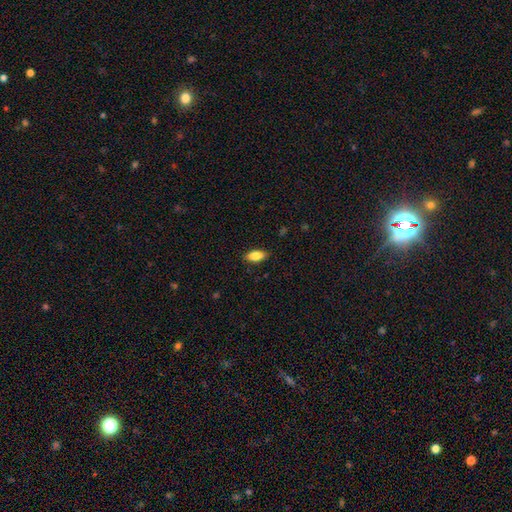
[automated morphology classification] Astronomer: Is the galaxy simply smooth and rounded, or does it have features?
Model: smooth — 85%.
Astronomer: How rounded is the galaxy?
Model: in between — 88%.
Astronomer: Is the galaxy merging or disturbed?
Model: none — 87%.